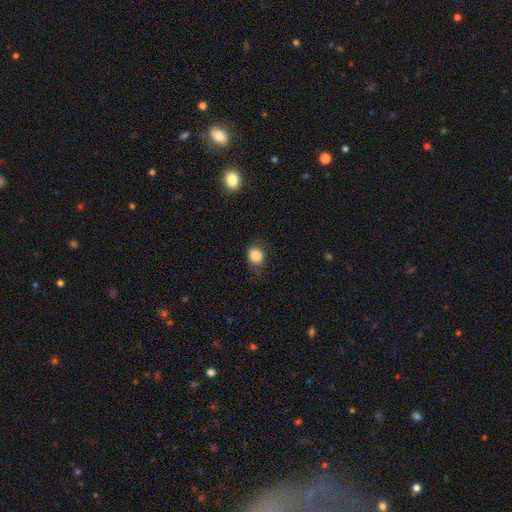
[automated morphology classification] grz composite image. It shows a smooth galaxy with no disk features (85%) that is round (60%). Merging: none (79%).